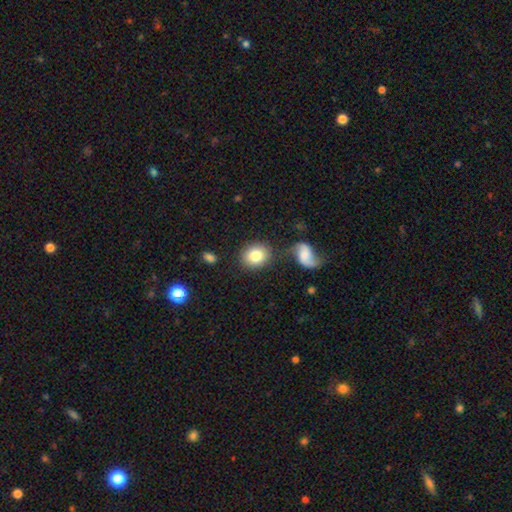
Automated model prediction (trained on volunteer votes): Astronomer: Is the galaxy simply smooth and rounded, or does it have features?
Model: smooth — 83%.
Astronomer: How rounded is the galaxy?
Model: round — 67%.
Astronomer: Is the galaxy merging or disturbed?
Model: none — 76%.